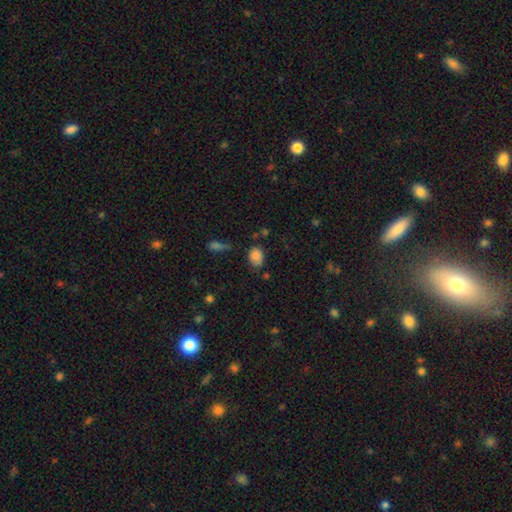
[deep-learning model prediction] smooth-or-featured: smooth: 83% | star or artifact: 10% | featured or disk: 7%
  how-rounded: in between: 68% | round: 31% | cigar-shaped: 1%
  merging: none: 71% | minor disturbance: 21% | major disturbance: 5% | merger: 4%